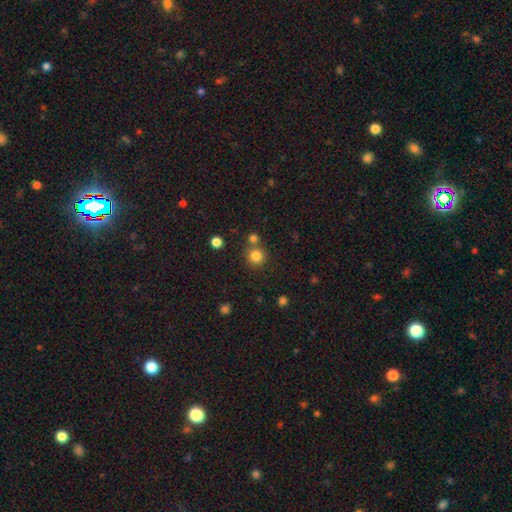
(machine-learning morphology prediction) smooth 81%, star or artifact 14%, featured or disk 6%. Down the decision tree: how rounded — round (92%); merging — none (70%).